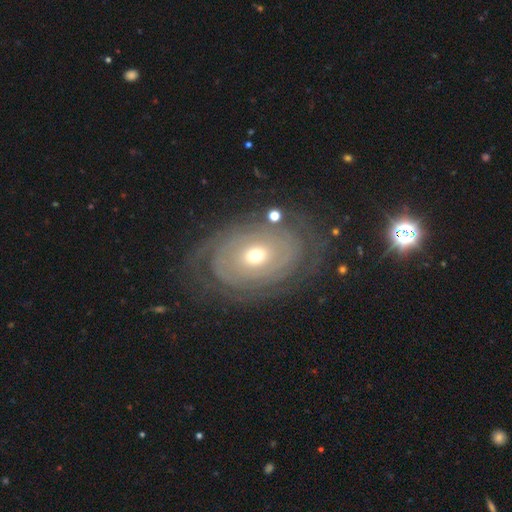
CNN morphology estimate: type=featured or disk (80%); edge-on=no (96%); bar=no (82%); spiral arms=yes (83%); winding=tight (78%); arm count=can't tell (42%); bulge=moderate (48%); merging=none (72%).